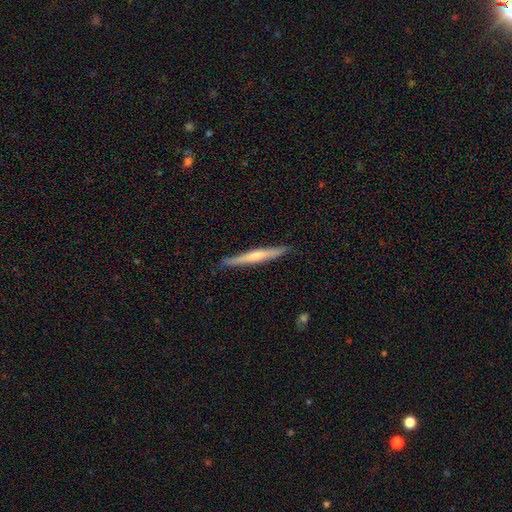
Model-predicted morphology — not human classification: smooth_or_featured: featured or disk (p=0.55) [alt: smooth p=0.40]
disk_edge_on: yes (p=0.97) [alt: no p=0.03]
edge_on_bulge: rounded (p=0.55) [alt: none p=0.37]
merging: none (p=0.89) [alt: minor disturbance p=0.08]